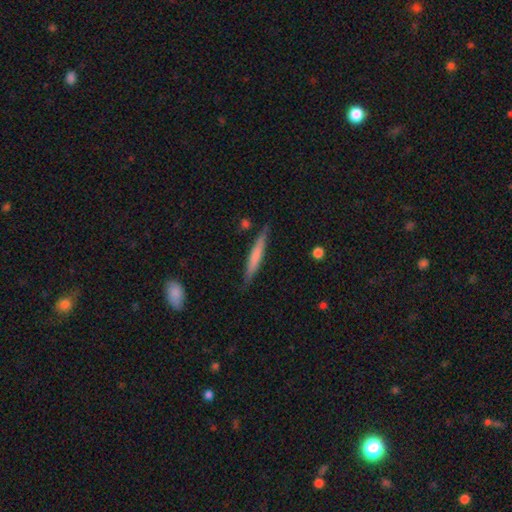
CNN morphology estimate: smooth 58%, featured or disk 37%, star or artifact 6%. Down the decision tree: how rounded — cigar-shaped (95%); merging — none (84%).